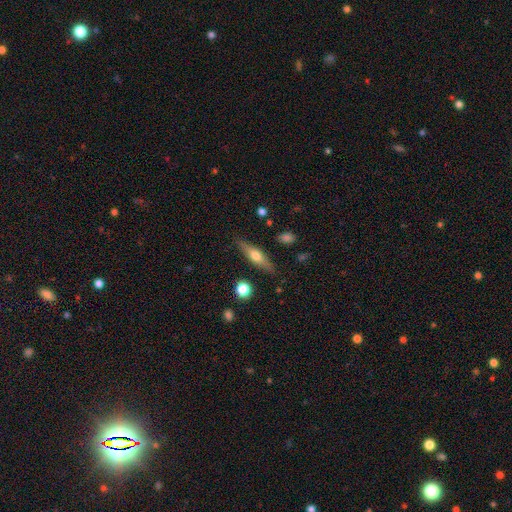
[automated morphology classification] Overall: featured or disk (48%; smooth 45%). Merging: none (85%).